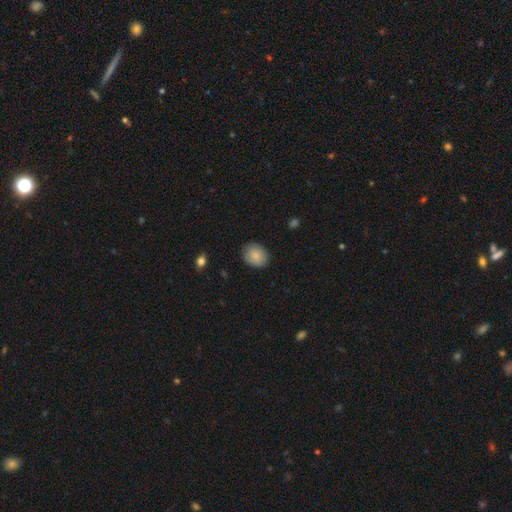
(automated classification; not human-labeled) This appears to be a smooth galaxy with no disk features (87%) that is round (50%). Merging: none (86%).